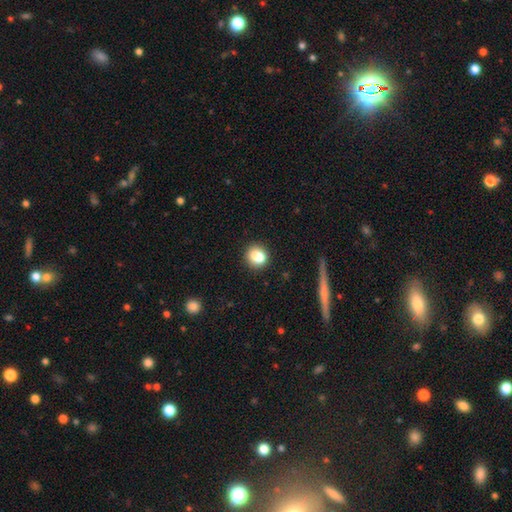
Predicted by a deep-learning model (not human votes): This is likely a smooth galaxy (78%). How rounded: likely round (77%). Merging: likely none (74%).